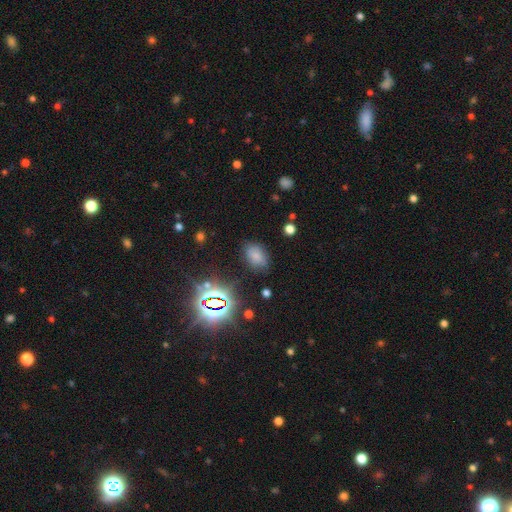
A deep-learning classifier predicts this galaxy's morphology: Smooth or featured: smooth — 69% (star or artifact — 22%)
How rounded: in between — 82% (round — 17%)
Merging: none — 74% (minor disturbance — 18%)